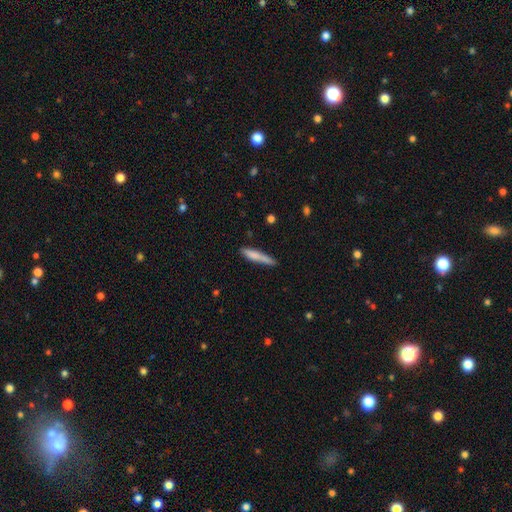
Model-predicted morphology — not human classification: smooth 77%, featured or disk 17%, star or artifact 6%. Down the decision tree: how rounded — cigar-shaped (91%); merging — none (73%).